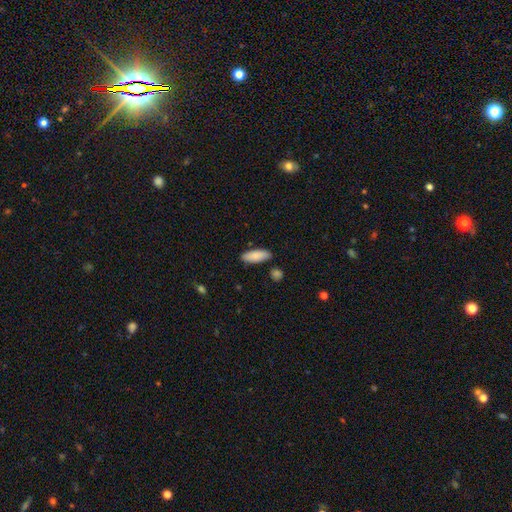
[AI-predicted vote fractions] A smooth galaxy with no disk features (85%) that is in between round and cigar-shaped (72%). Merging: none (85%).